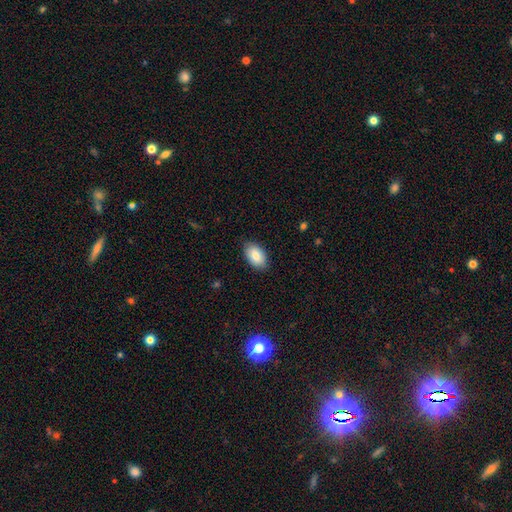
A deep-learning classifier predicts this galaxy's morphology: Smooth or featured? smooth (83%)
How rounded? in between (93%)
Merging? none (85%)